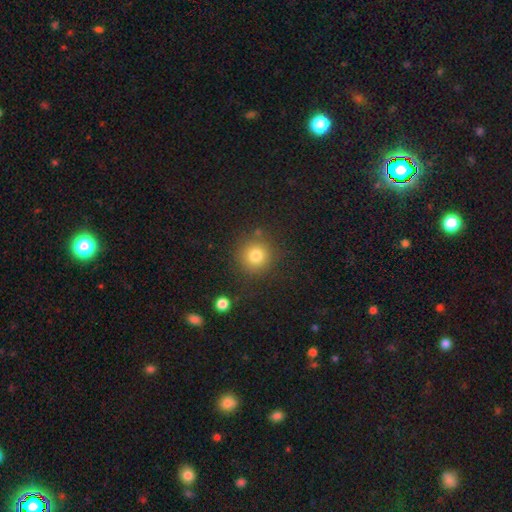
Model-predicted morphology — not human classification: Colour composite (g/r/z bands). It shows a smooth galaxy with no disk features (81%) that is round (92%). Merging: none (83%).